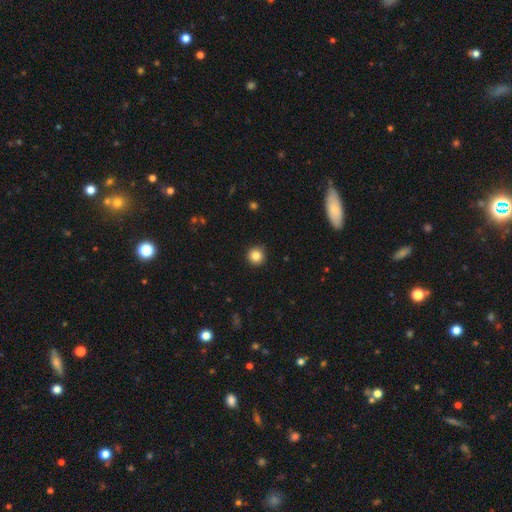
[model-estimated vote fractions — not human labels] smooth-or-featured: smooth: 85% | star or artifact: 11% | featured or disk: 5%
  how-rounded: round: 96% | in between: 3% | cigar-shaped: 1%
  merging: none: 92% | minor disturbance: 5% | major disturbance: 2% | merger: 1%